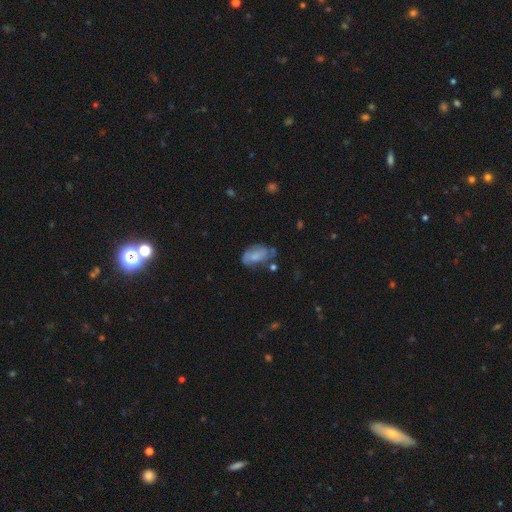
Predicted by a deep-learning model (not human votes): Smooth or featured: smooth — 63% (featured or disk — 29%)
How rounded: in between — 91% (round — 5%)
Merging: none — 46% (minor disturbance — 32%)